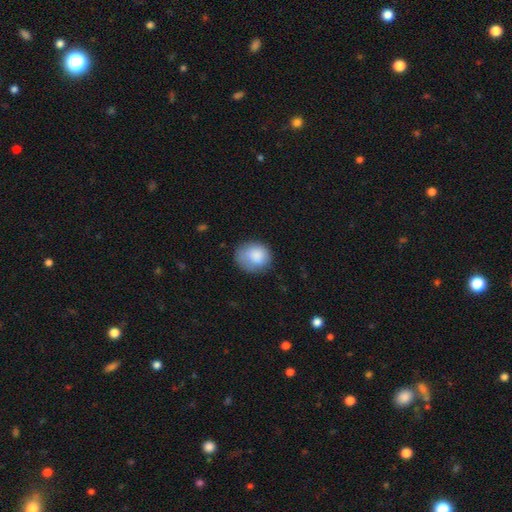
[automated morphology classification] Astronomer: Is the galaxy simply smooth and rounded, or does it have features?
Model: smooth — 84%.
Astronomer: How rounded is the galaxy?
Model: round — 70%.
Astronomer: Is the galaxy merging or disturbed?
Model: none — 66%.